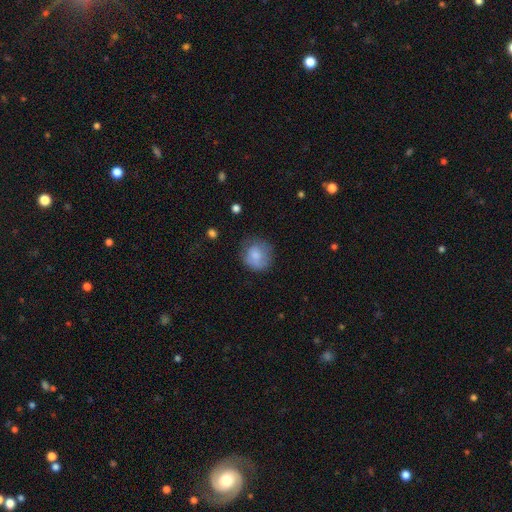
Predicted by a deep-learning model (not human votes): Morphology: type=smooth (77%); roundness=round (84%); merging=none (65%).